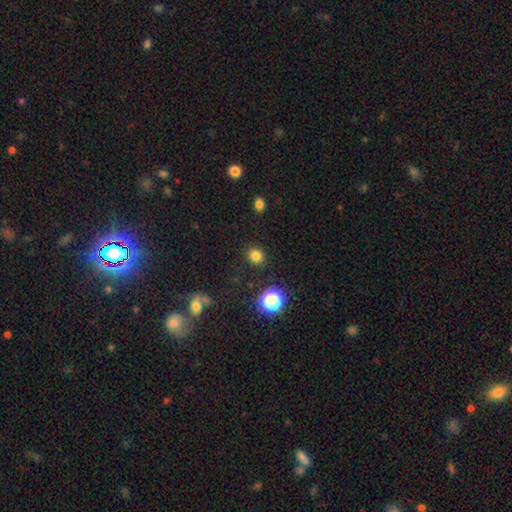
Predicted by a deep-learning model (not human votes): Smooth or featured? smooth (80%)
How rounded? round (83%)
Merging? none (90%)